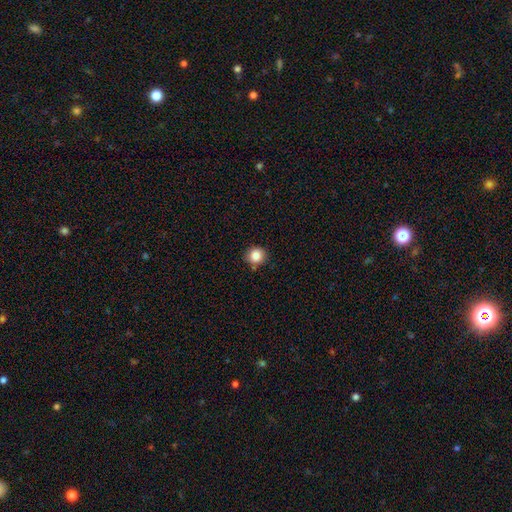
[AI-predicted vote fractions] Q: Smooth or featured?
A: smooth (85%); runner-up: star or artifact (10%)
Q: How rounded?
A: round (91%); runner-up: in between (8%)
Q: Merging?
A: none (85%); runner-up: minor disturbance (9%)